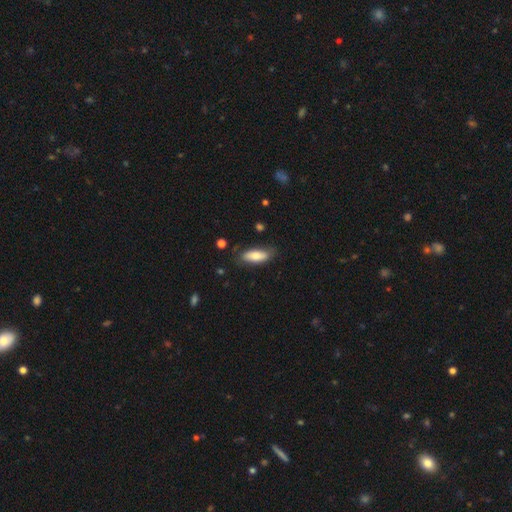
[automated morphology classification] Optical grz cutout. It shows a smooth galaxy with no disk features (75%) that is in between round and cigar-shaped (73%). Merging: none (77%).